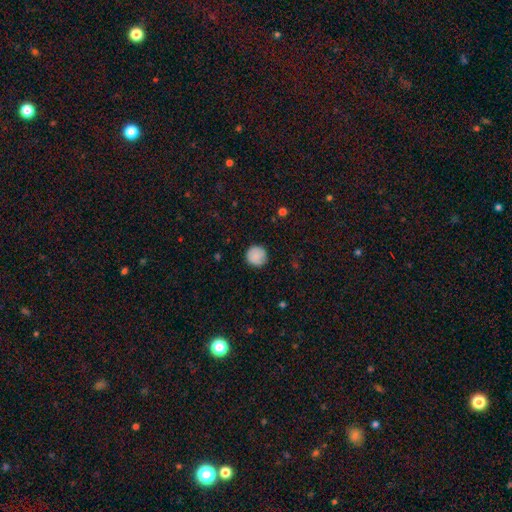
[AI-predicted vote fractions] smooth_or_featured: smooth (p=0.88) [alt: star or artifact p=0.07]
how_rounded: round (p=0.94) [alt: in between p=0.05]
merging: none (p=0.87) [alt: minor disturbance p=0.10]